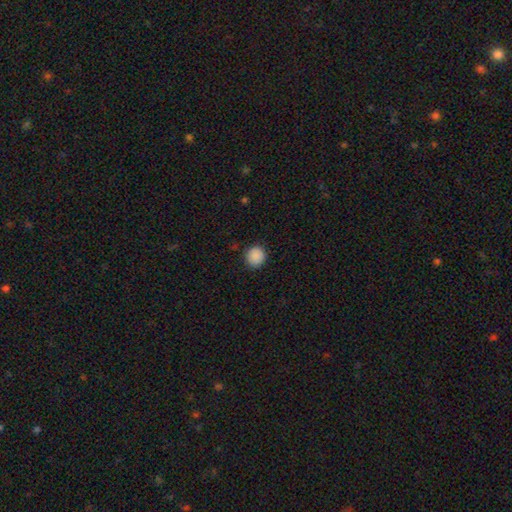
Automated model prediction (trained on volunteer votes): smooth 89%, star or artifact 9%, featured or disk 3%. Down the decision tree: how rounded — round (91%); merging — none (90%).